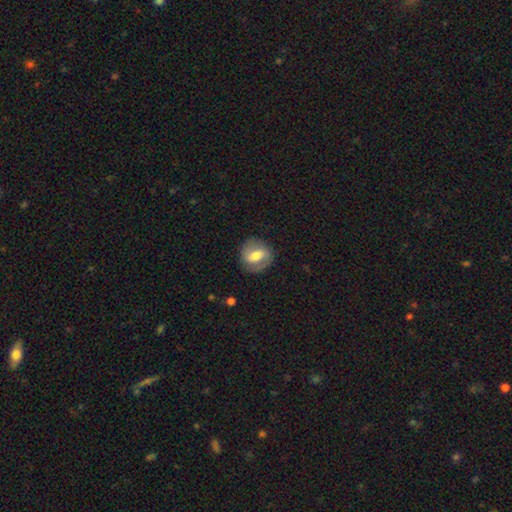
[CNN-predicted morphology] smooth_or_featured: featured or disk (p=0.57) [alt: smooth p=0.37]
disk_edge_on: no (p=0.95) [alt: yes p=0.05]
bar: weak (p=0.44) [alt: strong p=0.37]
has_spiral_arms: yes (p=0.75) [alt: no p=0.25]
bulge_size: moderate (p=0.63) [alt: large p=0.17]
merging: none (p=0.81) [alt: minor disturbance p=0.13]